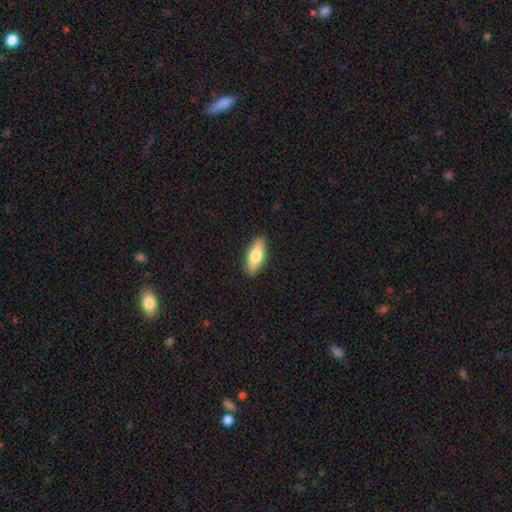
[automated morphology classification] smooth 74%, featured or disk 20%, star or artifact 6%. Down the decision tree: how rounded — in between (77%); merging — none (89%).